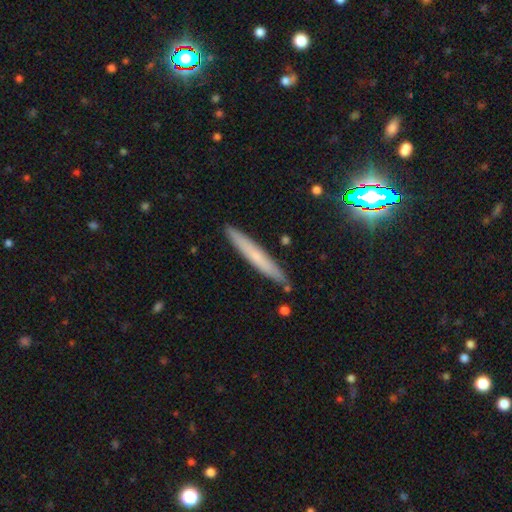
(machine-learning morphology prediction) This appears to be a smooth galaxy with no disk features (53%) that is cigar-shaped (96%). Merging: none (88%).